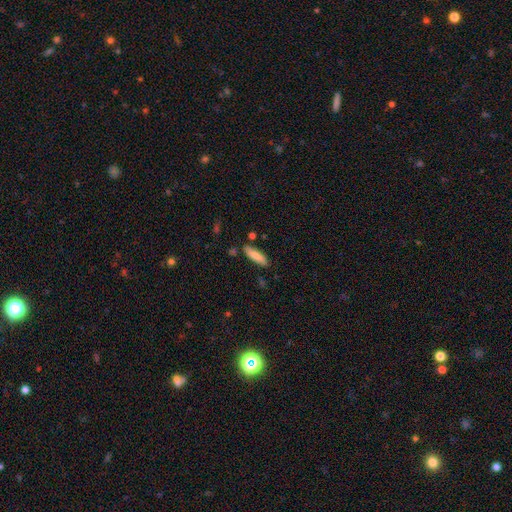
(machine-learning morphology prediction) Smooth or featured? Predicted: smooth (p=0.80). How rounded? Predicted: cigar-shaped (p=0.61). Merging? Predicted: none (p=0.82).